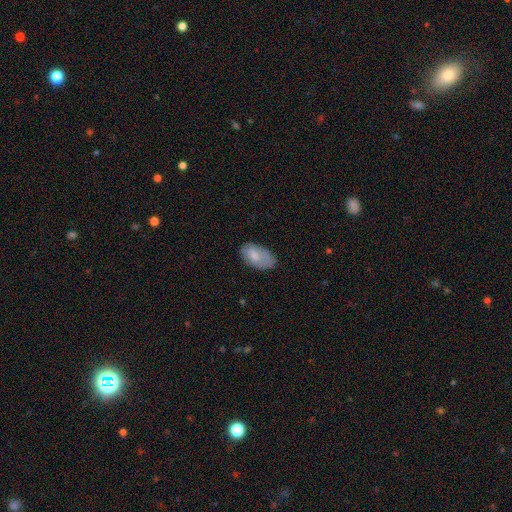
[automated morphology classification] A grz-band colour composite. It shows a smooth galaxy with no disk features (78%) that is in between round and cigar-shaped (94%). Merging: none (66%).